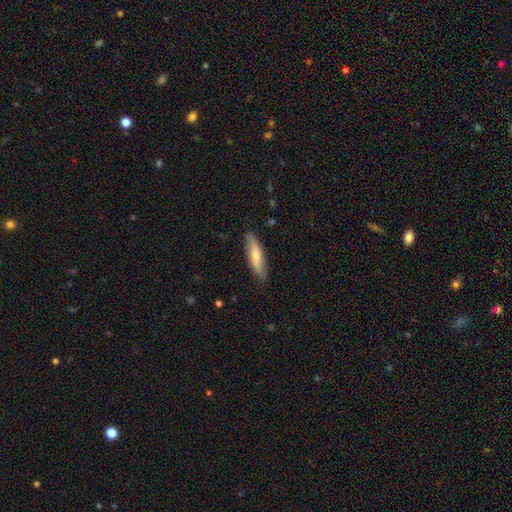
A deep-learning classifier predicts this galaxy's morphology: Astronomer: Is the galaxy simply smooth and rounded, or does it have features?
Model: smooth — 61%.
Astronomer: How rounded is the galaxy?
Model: cigar-shaped — 73%.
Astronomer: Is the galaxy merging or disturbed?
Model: none — 83%.